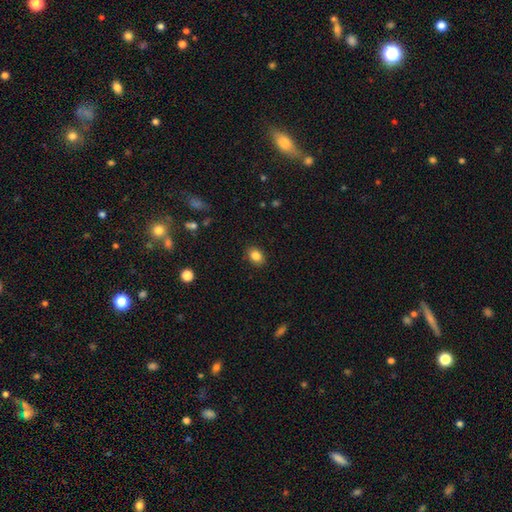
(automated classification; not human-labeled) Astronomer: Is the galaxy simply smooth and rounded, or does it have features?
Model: smooth — 85%.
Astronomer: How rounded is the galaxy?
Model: in between — 67%.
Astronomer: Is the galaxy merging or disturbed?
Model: none — 88%.